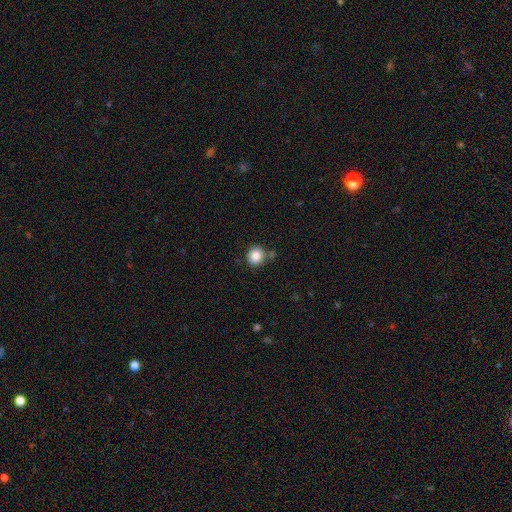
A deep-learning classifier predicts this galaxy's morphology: smooth_or_featured: smooth (p=0.85) [alt: star or artifact p=0.10]
how_rounded: round (p=0.89) [alt: in between p=0.10]
merging: none (p=0.76) [alt: minor disturbance p=0.11]